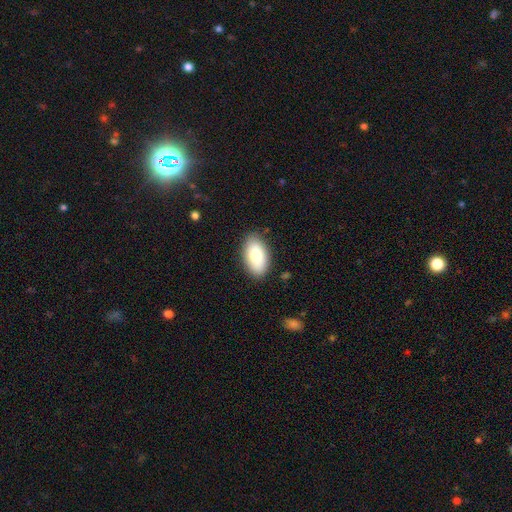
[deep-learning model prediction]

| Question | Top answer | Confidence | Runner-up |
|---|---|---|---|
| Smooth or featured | smooth | 78% | featured or disk (15%) |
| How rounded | in between | 94% | round (4%) |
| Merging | none | 86% | minor disturbance (10%) |